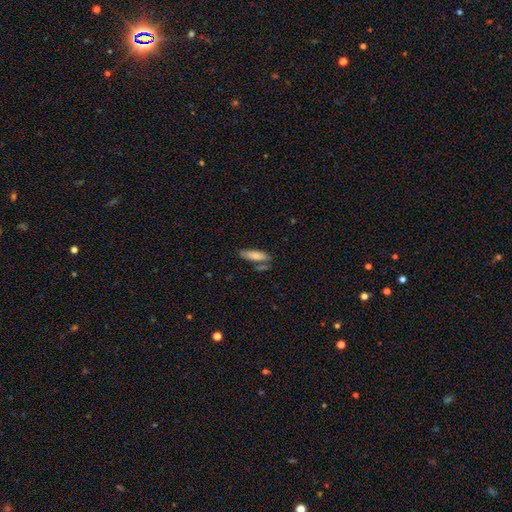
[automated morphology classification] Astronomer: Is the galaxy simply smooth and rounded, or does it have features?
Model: smooth — 79%.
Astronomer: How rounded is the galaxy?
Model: in between — 52% (runner-up: cigar-shaped, 46%).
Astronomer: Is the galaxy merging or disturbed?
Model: none — 63%.